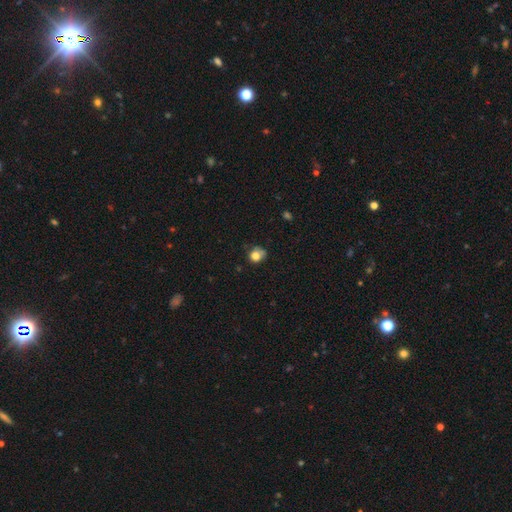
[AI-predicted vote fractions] Q: Smooth or featured?
A: smooth (77%); runner-up: star or artifact (12%)
Q: How rounded?
A: round (70%); runner-up: in between (29%)
Q: Merging?
A: none (55%); runner-up: minor disturbance (31%)